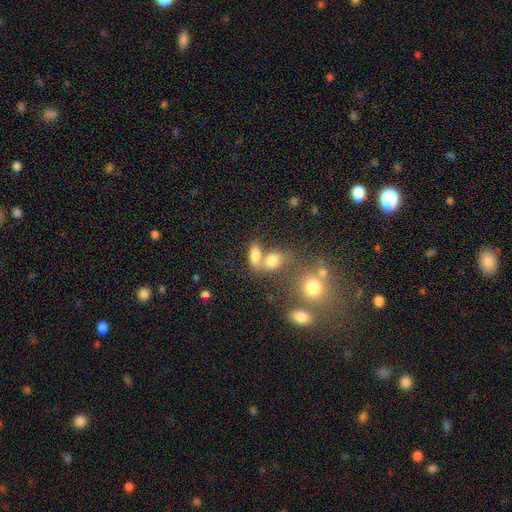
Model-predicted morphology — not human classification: Smooth or featured: smooth — 76% (featured or disk — 12%)
How rounded: in between — 79% (round — 13%)
Merging: merger — 45% (none — 39%)